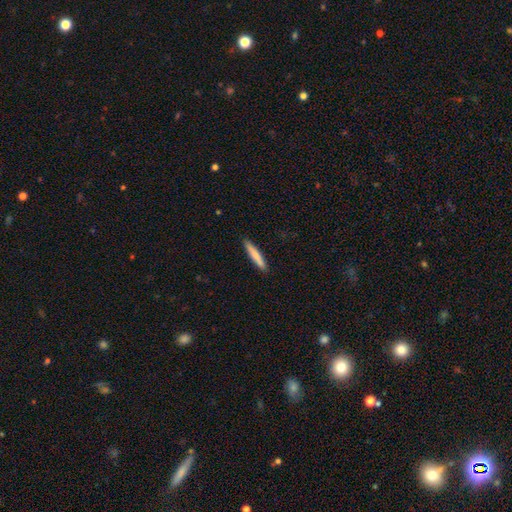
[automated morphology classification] type=smooth (76%); roundness=cigar-shaped (94%); merging=none (90%).